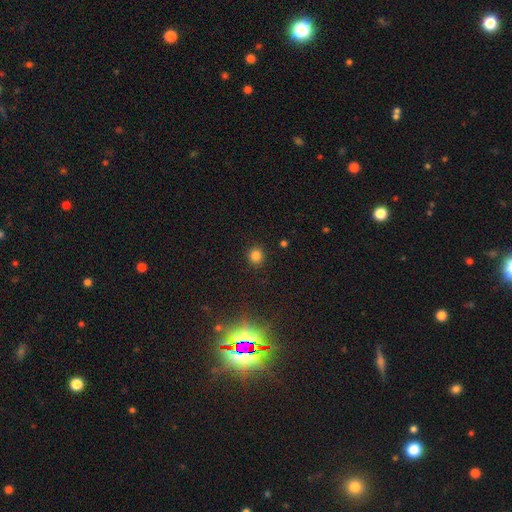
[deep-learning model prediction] Smooth or featured? smooth (81%)
How rounded? round (91%)
Merging? none (91%)